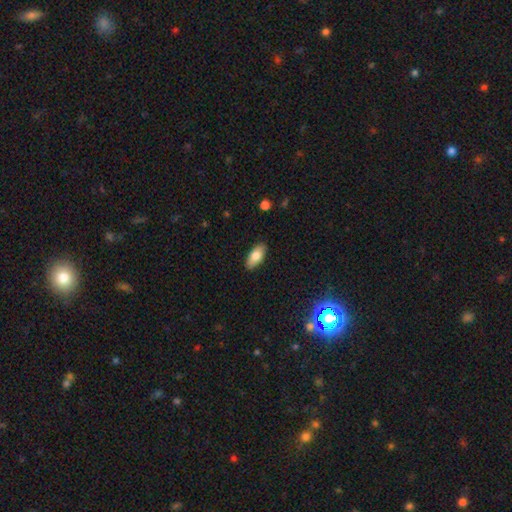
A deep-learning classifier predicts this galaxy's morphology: Overall: smooth (78%). How rounded: in between (89%). Merging: none (87%).